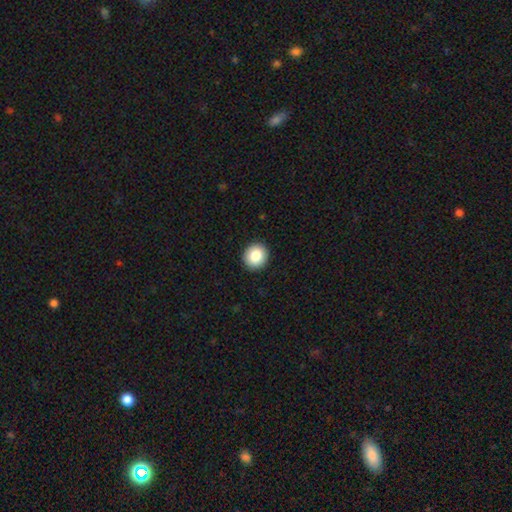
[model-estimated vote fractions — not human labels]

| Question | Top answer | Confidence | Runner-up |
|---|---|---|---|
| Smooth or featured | smooth | 85% | star or artifact (9%) |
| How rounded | round | 87% | in between (12%) |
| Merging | none | 92% | minor disturbance (5%) |